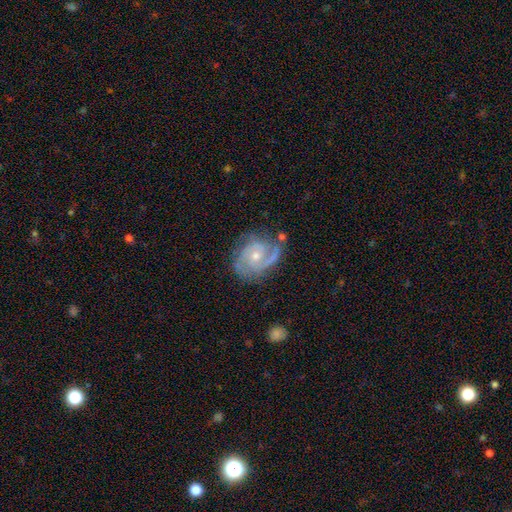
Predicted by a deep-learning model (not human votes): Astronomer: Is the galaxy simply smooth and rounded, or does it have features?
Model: featured or disk — 87%.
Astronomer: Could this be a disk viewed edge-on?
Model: no — 98%.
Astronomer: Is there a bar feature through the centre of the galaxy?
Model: no — 67%.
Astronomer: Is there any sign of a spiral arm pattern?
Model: yes — 96%.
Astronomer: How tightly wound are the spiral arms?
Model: tight — 48% (runner-up: medium, 42%).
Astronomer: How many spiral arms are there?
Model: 2 — 57%.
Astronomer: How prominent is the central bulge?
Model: moderate — 49% (runner-up: small, 47%).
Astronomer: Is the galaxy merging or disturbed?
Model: none — 66%.